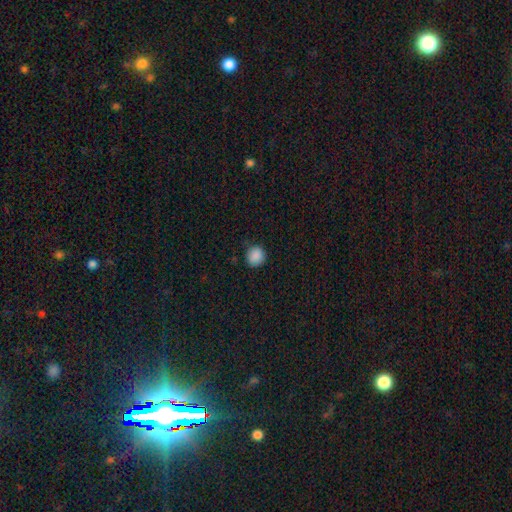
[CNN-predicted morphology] Smooth or featured: smooth — 88% (star or artifact — 9%)
How rounded: round — 89% (in between — 10%)
Merging: none — 84% (minor disturbance — 12%)